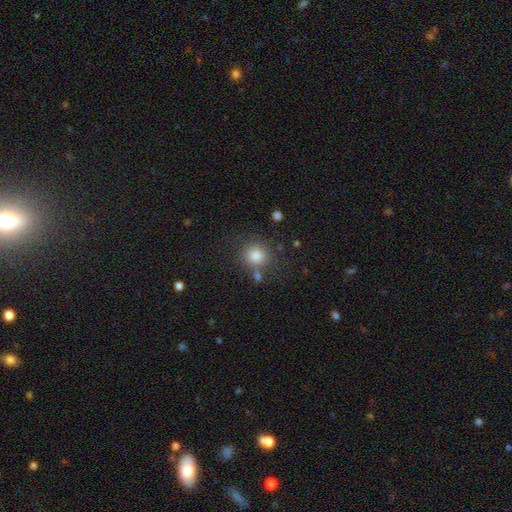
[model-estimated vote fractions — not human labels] Smooth or featured?
  - smooth: 82% *
  - star or artifact: 12%
  - featured or disk: 7%
How rounded?
  - round: 88% *
  - in between: 11%
  - cigar-shaped: 1%
Merging?
  - none: 74% *
  - minor disturbance: 11%
  - merger: 11%
  - major disturbance: 4%